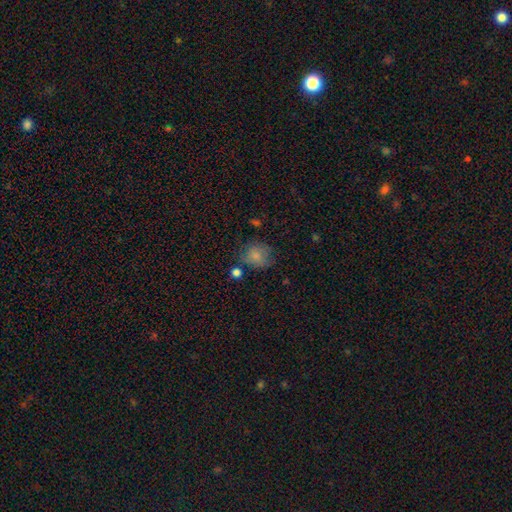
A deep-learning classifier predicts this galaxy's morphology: This is likely a smooth galaxy (79%). How rounded: likely round (71%). Merging: likely none (61%).